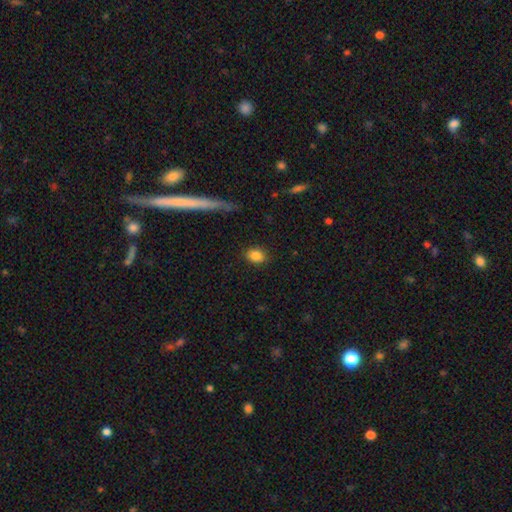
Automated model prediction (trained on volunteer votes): smooth-or-featured: smooth: 85% | star or artifact: 9% | featured or disk: 5%
  how-rounded: in between: 57% | round: 42% | cigar-shaped: 2%
  merging: none: 87% | minor disturbance: 9% | major disturbance: 3% | merger: 1%